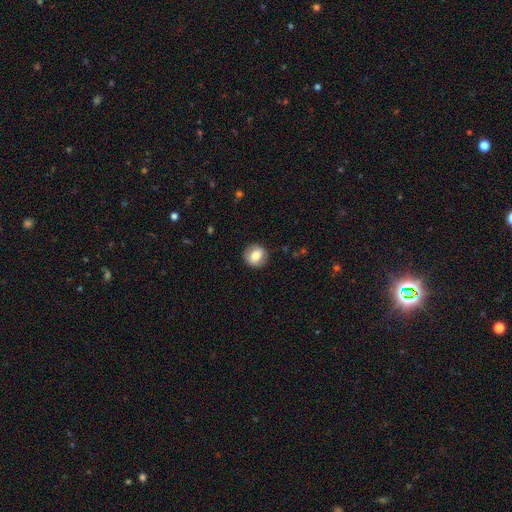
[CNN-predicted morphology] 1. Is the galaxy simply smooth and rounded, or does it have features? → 72% smooth, 19% featured or disk, 8% star or artifact.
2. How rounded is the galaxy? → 85% round, 14% in between, 1% cigar-shaped.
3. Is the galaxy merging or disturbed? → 88% none, 9% minor disturbance, 3% major disturbance, 1% merger.